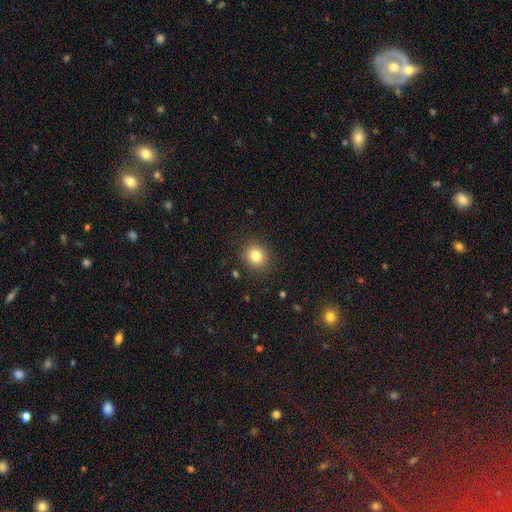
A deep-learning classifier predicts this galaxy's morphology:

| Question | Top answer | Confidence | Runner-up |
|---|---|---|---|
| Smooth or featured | smooth | 82% | star or artifact (11%) |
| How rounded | round | 81% | in between (18%) |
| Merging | none | 88% | minor disturbance (8%) |